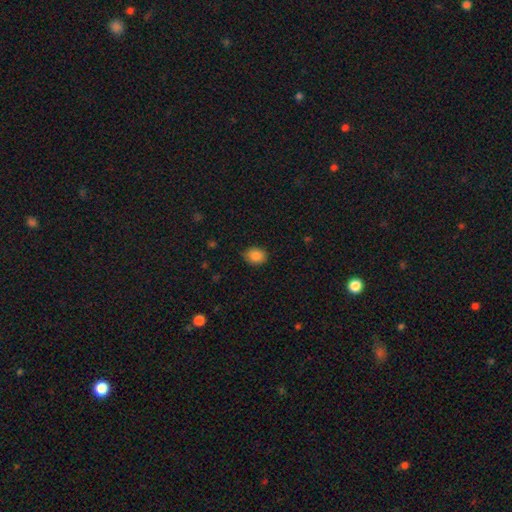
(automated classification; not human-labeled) This is clearly a smooth galaxy (87%). How rounded: possibly in between (51%). Merging: clearly none (84%).